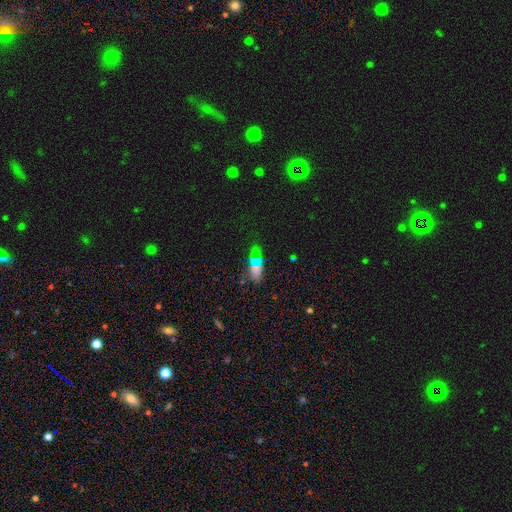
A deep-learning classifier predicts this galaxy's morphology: Smooth or featured? Predicted: smooth (p=0.45). Merging? Predicted: none (p=0.56).